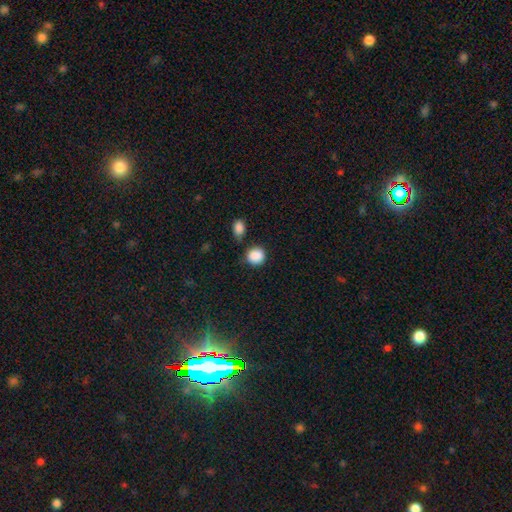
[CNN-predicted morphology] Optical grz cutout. It shows a smooth galaxy with no disk features (88%) that is round (82%). Merging: none (70%).